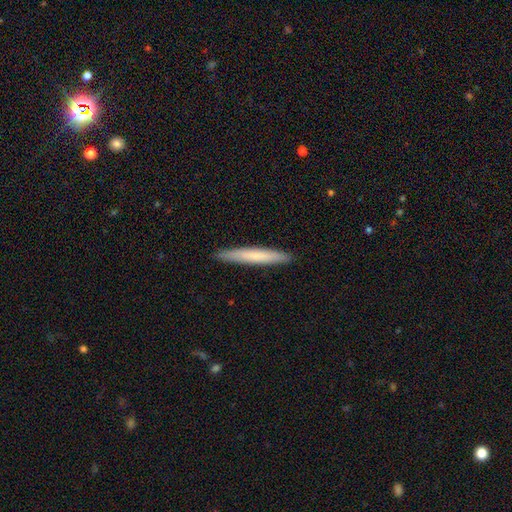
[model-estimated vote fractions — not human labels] Overall: smooth (70%). How rounded: cigar-shaped (96%). Merging: none (92%).